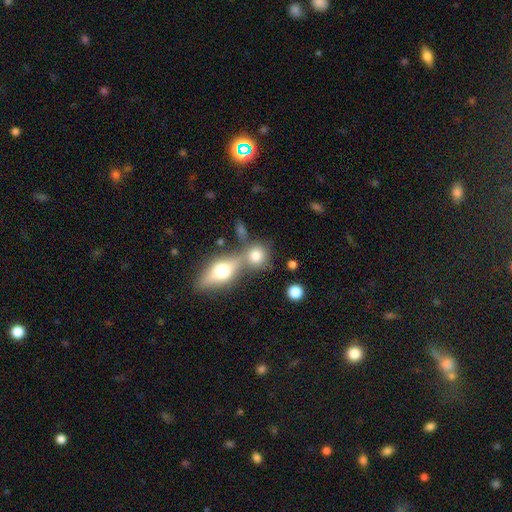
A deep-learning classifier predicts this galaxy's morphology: A smooth galaxy with no disk features (74%) that is round (75%). Merging: merger (44%).